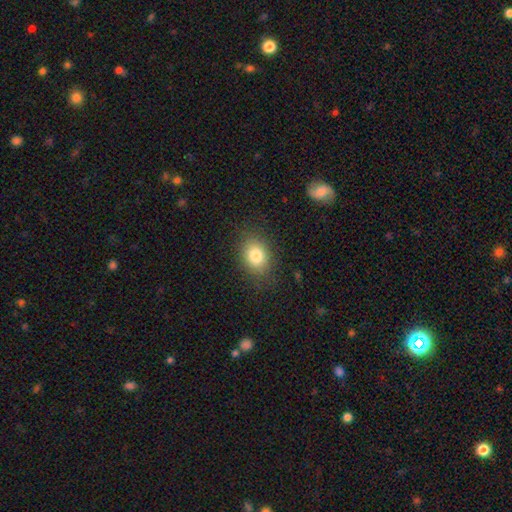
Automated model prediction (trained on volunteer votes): Smooth or featured: smooth — 81% (star or artifact — 10%)
How rounded: in between — 60% (round — 38%)
Merging: none — 83% (minor disturbance — 12%)